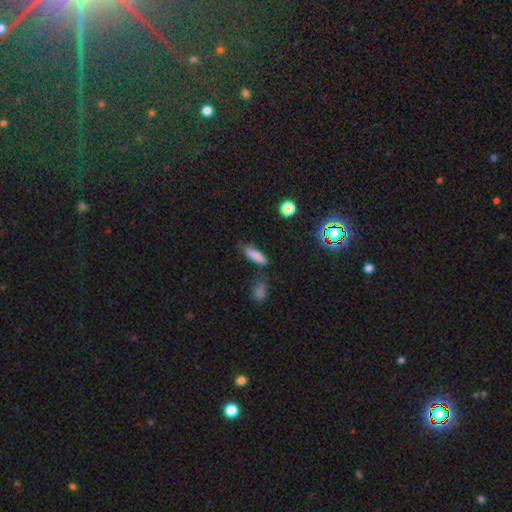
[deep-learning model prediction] Smooth or featured?
  - smooth: 81% *
  - star or artifact: 10%
  - featured or disk: 9%
How rounded?
  - cigar-shaped: 65% *
  - in between: 32%
  - round: 3%
Merging?
  - none: 73% *
  - minor disturbance: 17%
  - merger: 5%
  - major disturbance: 5%